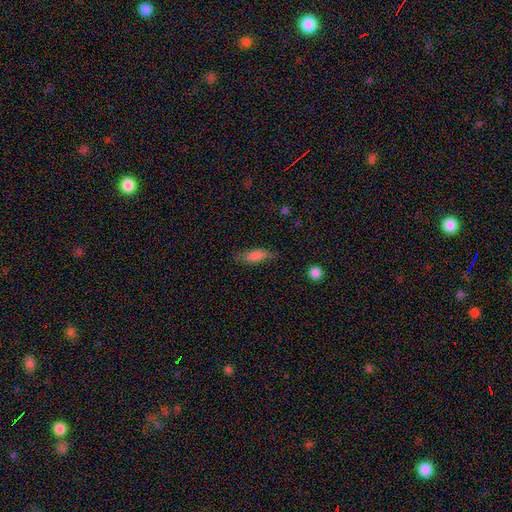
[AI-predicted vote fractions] Smooth or featured? Predicted: smooth (p=0.79). How rounded? Predicted: in between (p=0.72). Merging? Predicted: none (p=0.66).